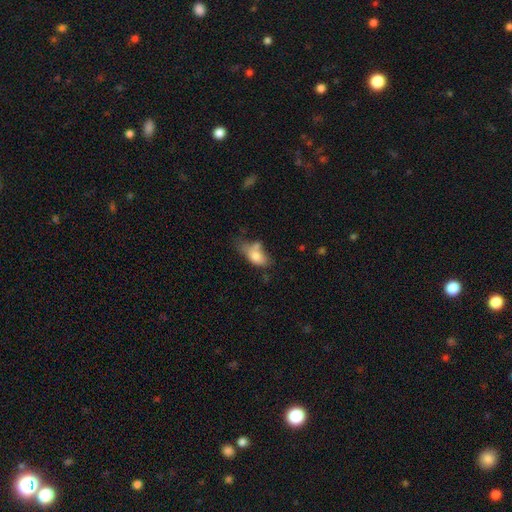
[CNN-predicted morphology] A smooth galaxy with no disk features (72%) that is in between round and cigar-shaped (84%). Merging: minor disturbance (28%).